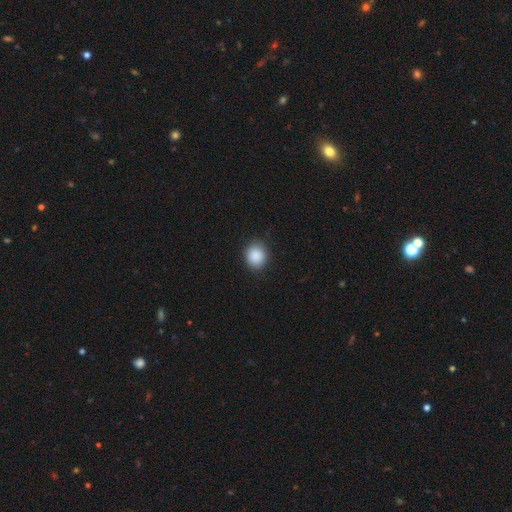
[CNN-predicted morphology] This appears to be a smooth galaxy with no disk features (89%) that is round (77%). Merging: none (88%).